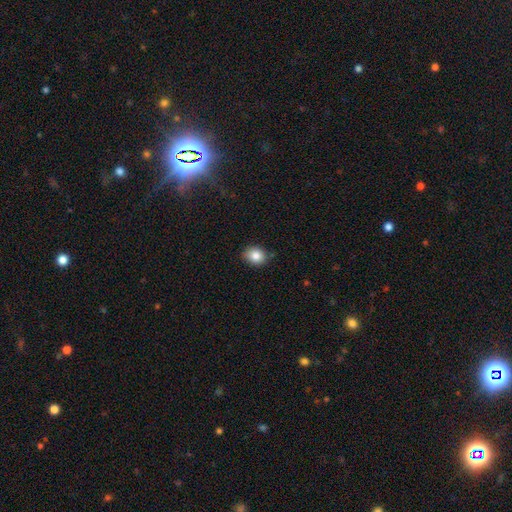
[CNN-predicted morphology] Q: Smooth or featured?
A: smooth (85%); runner-up: star or artifact (9%)
Q: How rounded?
A: round (57%); runner-up: in between (43%)
Q: Merging?
A: none (82%); runner-up: minor disturbance (14%)